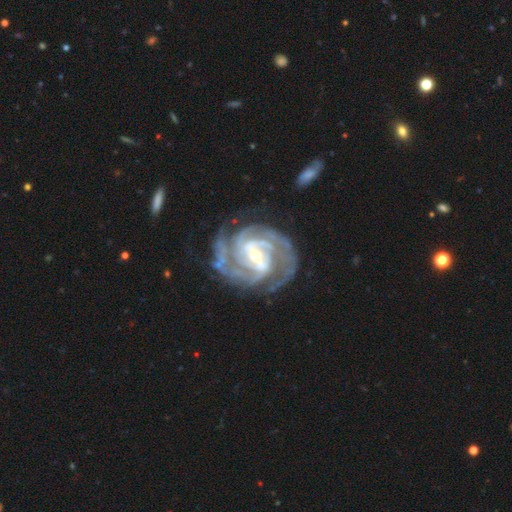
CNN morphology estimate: smooth-or-featured: featured or disk: 93% | star or artifact: 4% | smooth: 3%
  disk-edge-on: no: 98% | yes: 2%
    bar: weak: 40% | strong: 33% | no: 26%
    has-spiral-arms: yes: 99% | no: 1%
      spiral-winding: tight: 63% | medium: 33% | loose: 4%
      spiral-arm-count: 3: 35% | 2: 27% | 4: 16% | can't tell: 11% | more than 4: 6% | 1: 6%
    bulge-size: small: 61% | moderate: 35% | large: 2% | none: 1% | dominant: 1%
  merging: none: 74% | minor disturbance: 16% | major disturbance: 8% | merger: 2%